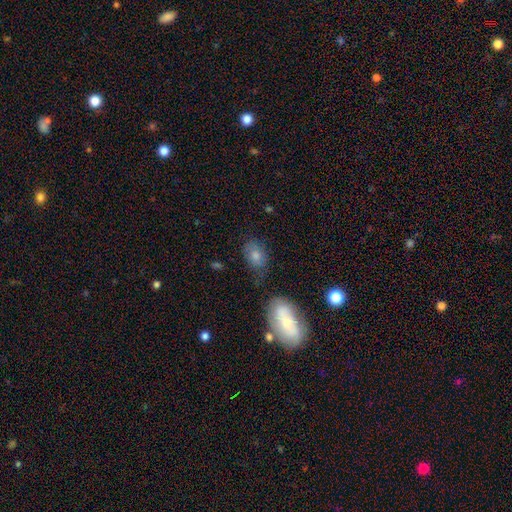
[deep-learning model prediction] The model was most divided on "smooth or featured": smooth: 64%, featured or disk: 21%, star or artifact: 14%. More confident: how rounded — in between (75%); merging — none (67%).